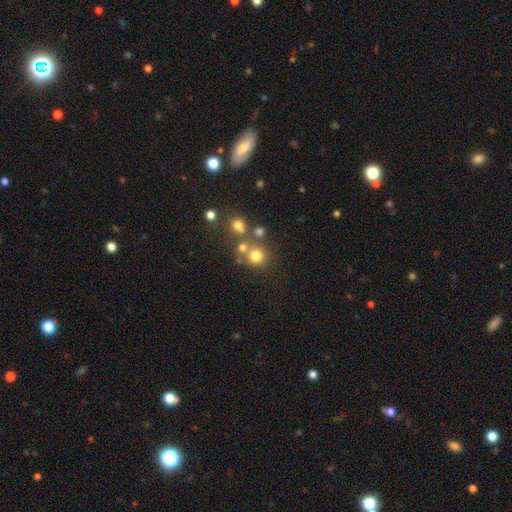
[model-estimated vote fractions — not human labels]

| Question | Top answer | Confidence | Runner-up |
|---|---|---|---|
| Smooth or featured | smooth | 73% | star or artifact (17%) |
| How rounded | round | 89% | in between (10%) |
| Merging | none | 63% | merger (23%) |